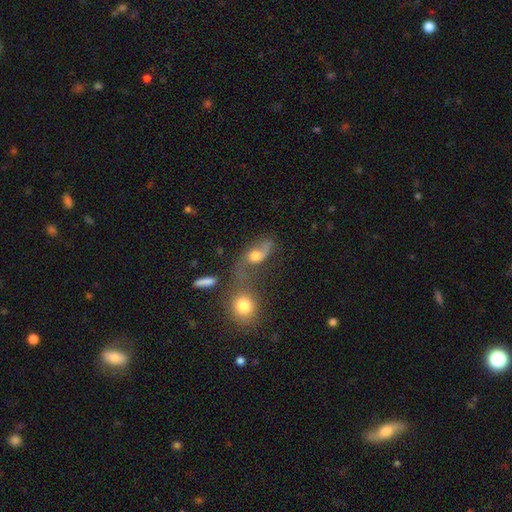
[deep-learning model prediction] featured or disk 52%, smooth 35%, star or artifact 13%. Down the decision tree: edge-on disk — no (91%); merging — merger (36%).